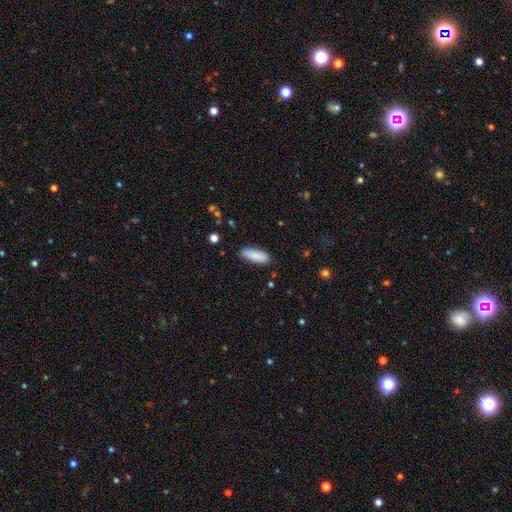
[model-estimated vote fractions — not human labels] smooth-or-featured: smooth: 87% | star or artifact: 6% | featured or disk: 6%
  how-rounded: in between: 68% | cigar-shaped: 30% | round: 2%
  merging: none: 86% | minor disturbance: 11% | major disturbance: 2% | merger: 1%